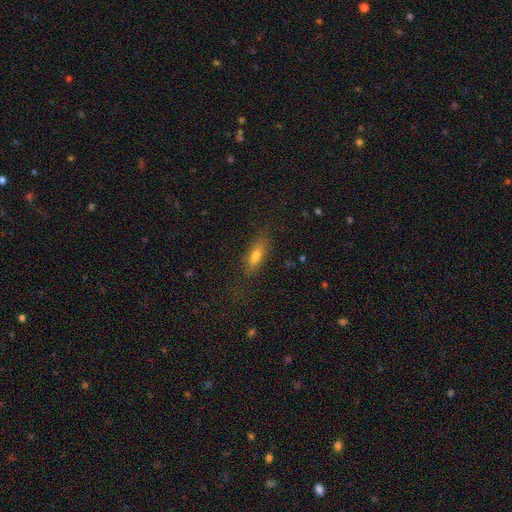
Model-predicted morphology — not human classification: smooth 71%, featured or disk 18%, star or artifact 11%. Down the decision tree: how rounded — in between (60%); merging — none (73%).